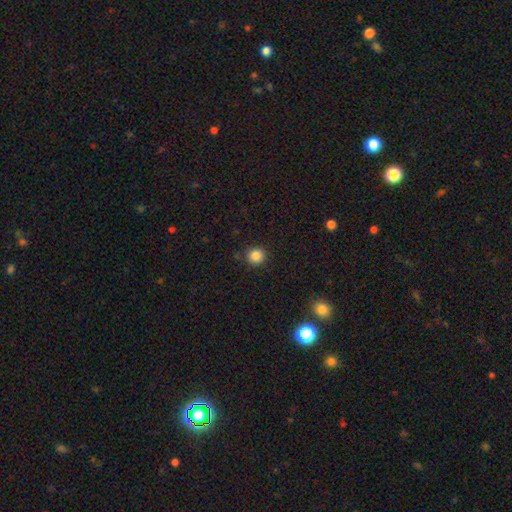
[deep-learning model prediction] smooth_or_featured: smooth (p=0.85) [alt: star or artifact p=0.11]
how_rounded: round (p=0.93) [alt: in between p=0.06]
merging: none (p=0.89) [alt: minor disturbance p=0.08]